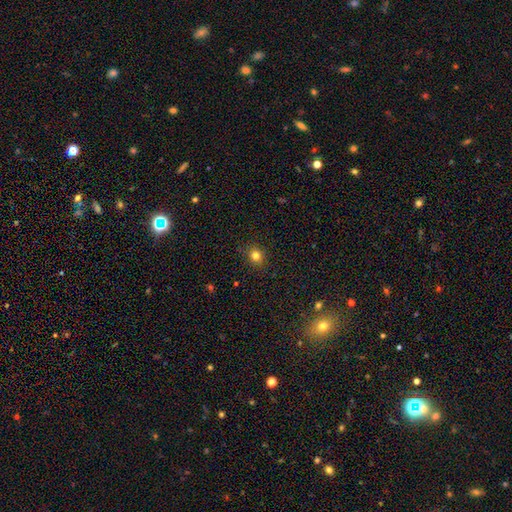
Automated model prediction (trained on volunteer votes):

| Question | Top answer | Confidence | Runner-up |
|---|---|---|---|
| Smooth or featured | smooth | 80% | star or artifact (14%) |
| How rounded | round | 76% | in between (23%) |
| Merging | none | 88% | minor disturbance (9%) |